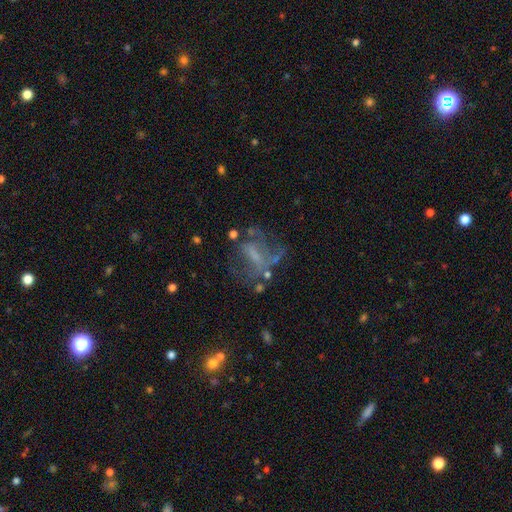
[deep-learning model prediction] The model was most divided on "merging": major disturbance: 39%, none: 36%, minor disturbance: 17%, merger: 7%. Remaining: edge-on disk — no (95%); smooth or featured — featured or disk (60%); spiral arms — no (55%); bulge size — none (46%); bar — no (43%).